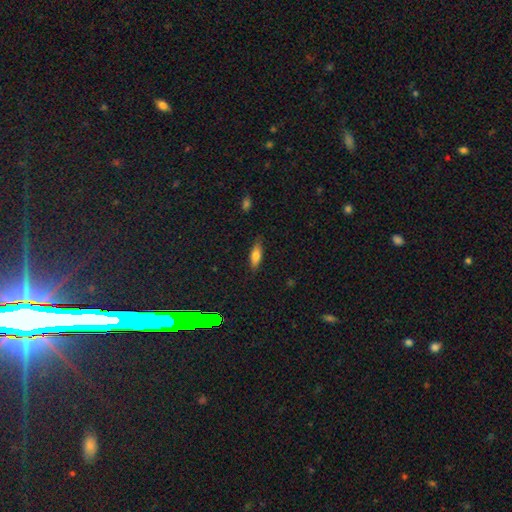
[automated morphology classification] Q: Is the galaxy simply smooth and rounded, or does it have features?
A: smooth — 72%.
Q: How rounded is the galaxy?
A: in between — 61%.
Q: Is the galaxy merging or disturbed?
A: none — 83%.